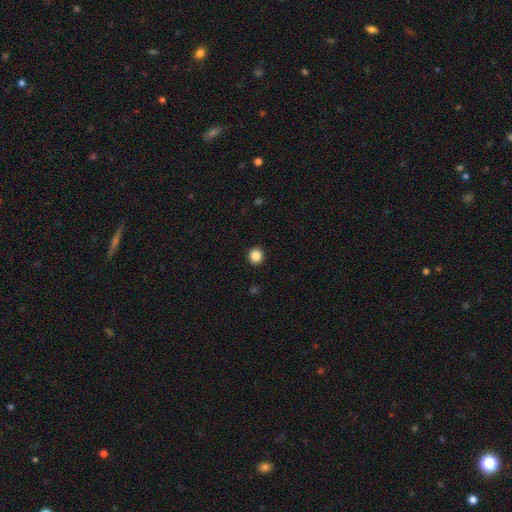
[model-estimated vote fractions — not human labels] This appears to be a smooth galaxy with no disk features (86%) that is round (94%). Merging: none (93%).